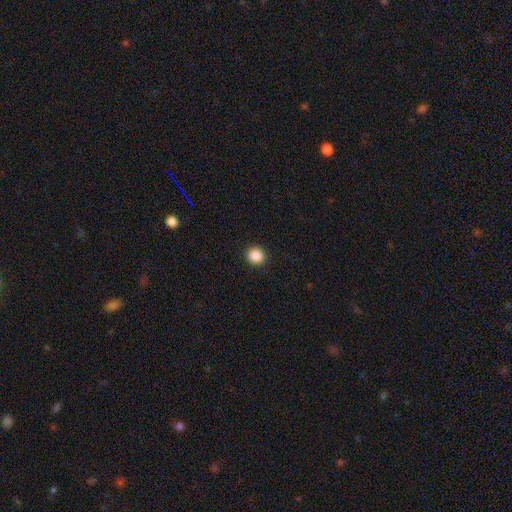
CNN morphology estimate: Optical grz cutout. It shows a smooth galaxy with no disk features (88%) that is round (88%). Merging: none (92%).